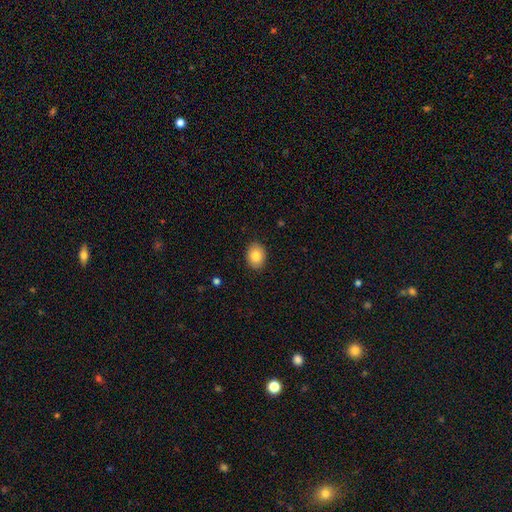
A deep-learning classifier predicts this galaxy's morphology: Smooth or featured?
  - smooth: 84% *
  - featured or disk: 8%
  - star or artifact: 8%
How rounded?
  - in between: 61% *
  - round: 39%
  - cigar-shaped: 1%
Merging?
  - none: 89% *
  - minor disturbance: 8%
  - major disturbance: 2%
  - merger: 1%